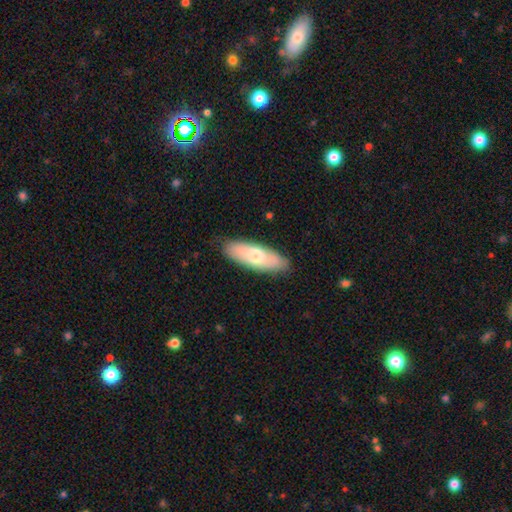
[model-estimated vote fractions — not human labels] Smooth or featured: smooth — 65% (featured or disk — 30%)
How rounded: in between — 66% (cigar-shaped — 32%)
Merging: none — 86% (minor disturbance — 11%)